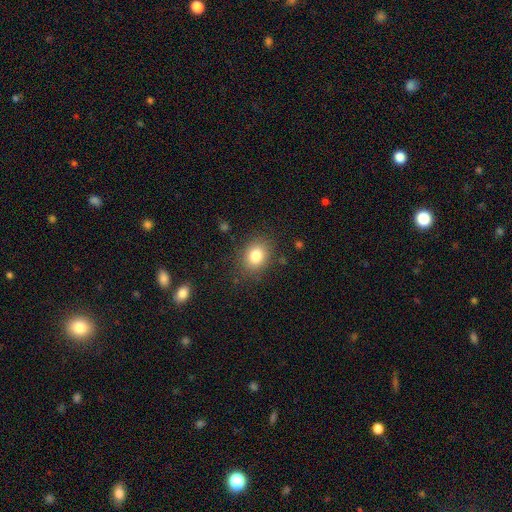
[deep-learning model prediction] Smooth or featured? smooth (81%)
How rounded? round (55%)
Merging? none (85%)